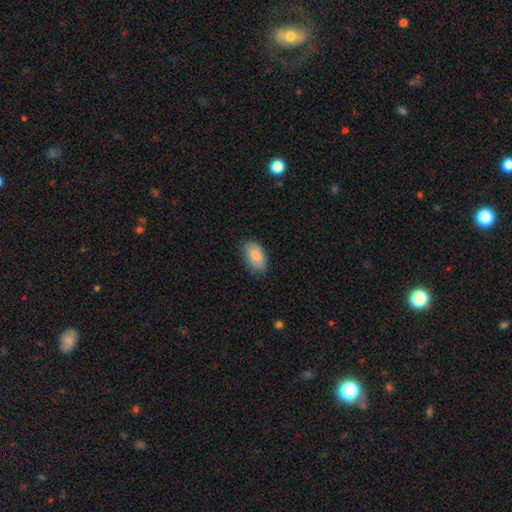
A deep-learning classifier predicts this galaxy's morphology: A smooth galaxy with no disk features (84%) that is in between round and cigar-shaped (94%). Merging: none (81%).